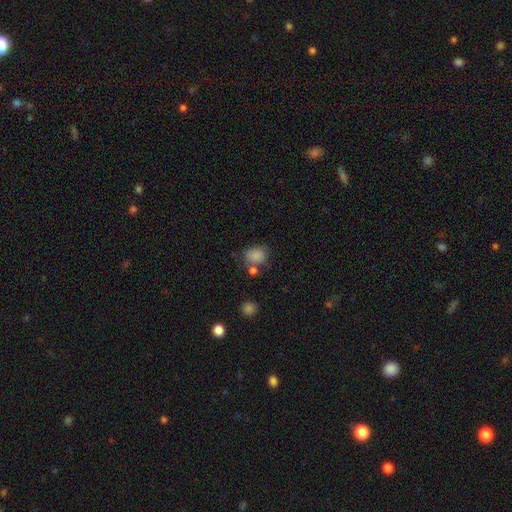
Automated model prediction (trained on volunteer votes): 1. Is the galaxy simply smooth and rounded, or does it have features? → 82% smooth, 11% star or artifact, 7% featured or disk.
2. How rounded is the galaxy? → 54% round, 45% in between, 1% cigar-shaped.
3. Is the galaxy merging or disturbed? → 57% none, 19% minor disturbance, 16% merger, 8% major disturbance.